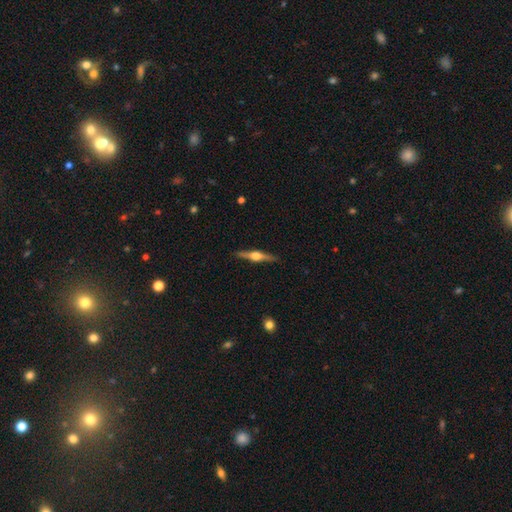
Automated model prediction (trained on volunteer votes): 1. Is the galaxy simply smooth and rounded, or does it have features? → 77% featured or disk, 18% smooth, 5% star or artifact.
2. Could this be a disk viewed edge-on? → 98% yes, 2% no.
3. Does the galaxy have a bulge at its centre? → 94% rounded, 4% boxy, 2% none.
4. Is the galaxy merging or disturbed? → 91% none, 6% minor disturbance, 1% major disturbance, 1% merger.